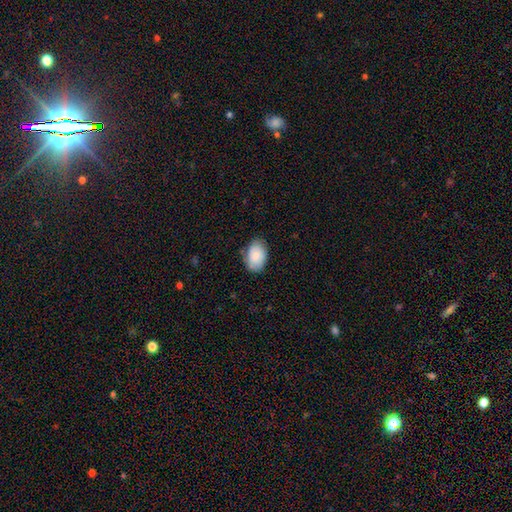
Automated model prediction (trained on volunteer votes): smooth 84%, featured or disk 10%, star or artifact 6%. Down the decision tree: how rounded — in between (88%); merging — none (80%).